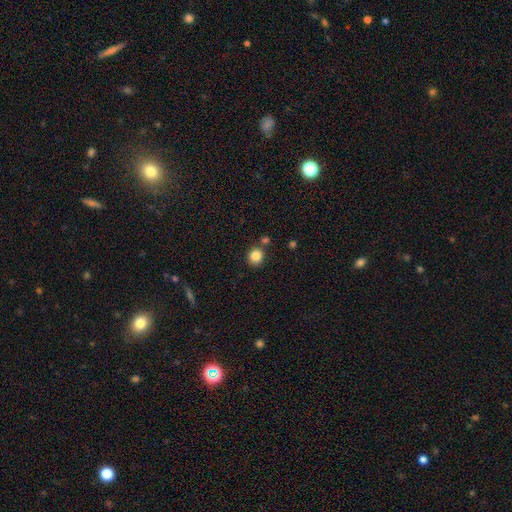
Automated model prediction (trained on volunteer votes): A smooth galaxy with no disk features (85%) that is round (85%).

Vote fractions:
- Smooth or featured? smooth: 85% / star or artifact: 10% / featured or disk: 5%
- How rounded? round: 85% / in between: 14% / cigar-shaped: 1%
- Merging? none: 78% / merger: 11% / minor disturbance: 9% / major disturbance: 3%